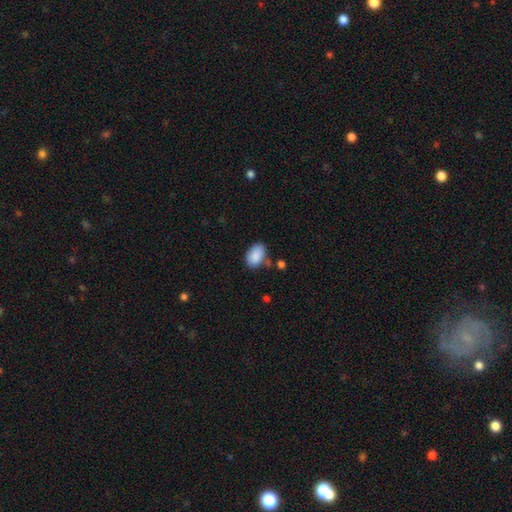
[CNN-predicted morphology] A smooth galaxy with no disk features (88%) that is in between round and cigar-shaped (90%). Merging: none (68%).